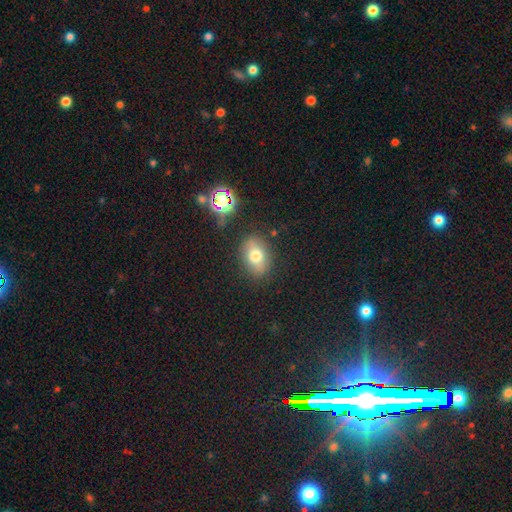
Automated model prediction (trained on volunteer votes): This is likely a smooth galaxy (69%). How rounded: likely in between (74%). Merging: clearly none (82%).